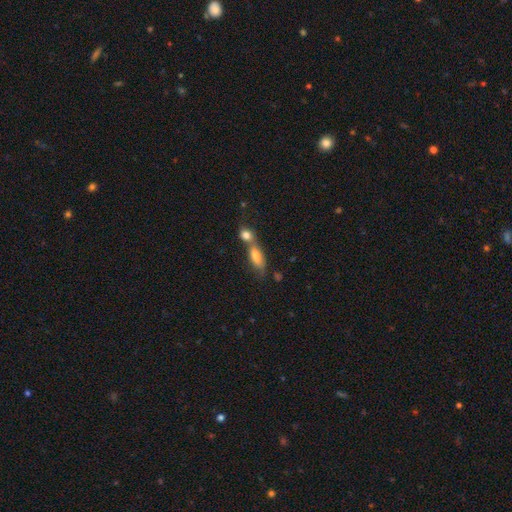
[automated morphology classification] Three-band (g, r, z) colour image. It shows a smooth galaxy with no disk features (69%) that is in between round and cigar-shaped (63%). Merging: merger (58%).